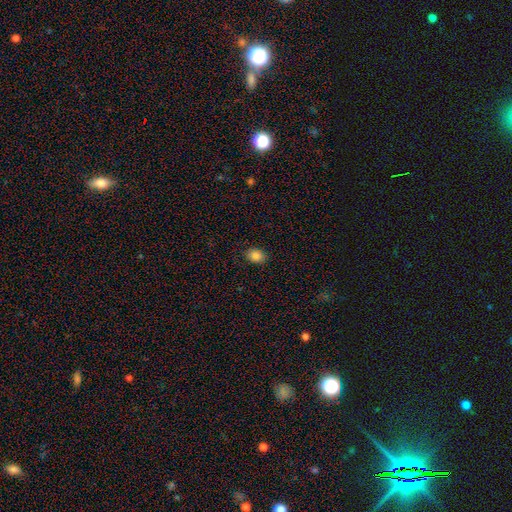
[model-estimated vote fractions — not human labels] smooth-or-featured: smooth: 86% | star or artifact: 10% | featured or disk: 5%
  how-rounded: in between: 65% | round: 34% | cigar-shaped: 1%
  merging: none: 88% | minor disturbance: 9% | major disturbance: 2% | merger: 1%